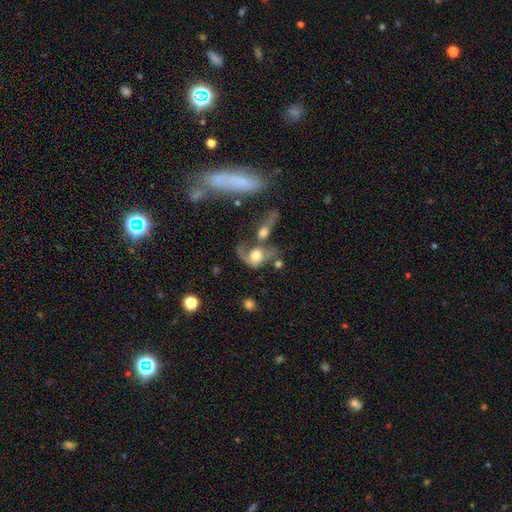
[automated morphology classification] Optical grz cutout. It shows a featured or disk galaxy (47%). Merging: merger (50%).